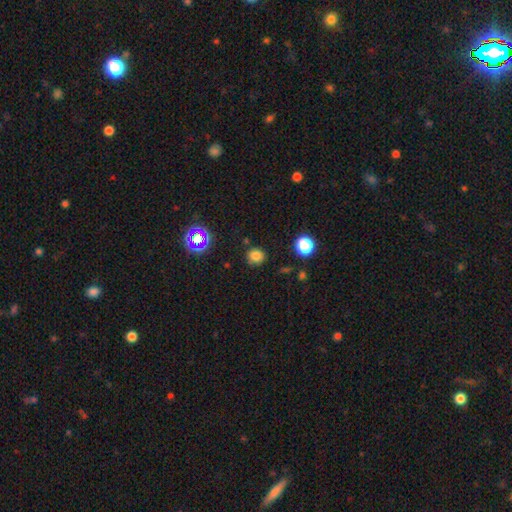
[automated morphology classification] A smooth galaxy with no disk features (77%) that is round (88%).

Vote fractions:
- Smooth or featured? smooth: 77% / star or artifact: 17% / featured or disk: 6%
- How rounded? round: 88% / in between: 11% / cigar-shaped: 1%
- Merging? none: 85% / minor disturbance: 10% / major disturbance: 3% / merger: 3%